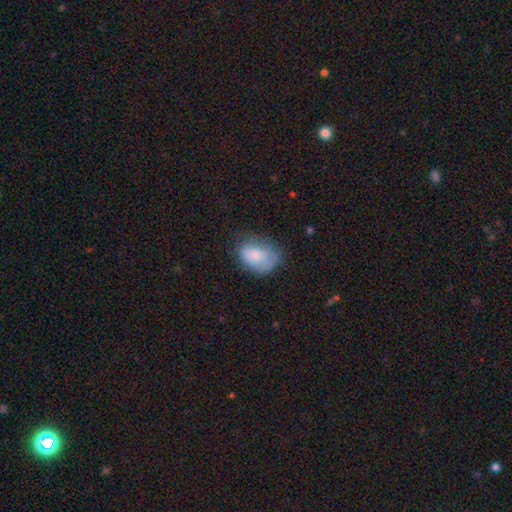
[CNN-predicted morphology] smooth-or-featured: smooth: 72% | featured or disk: 20% | star or artifact: 8%
  how-rounded: in between: 74% | round: 25% | cigar-shaped: 1%
  merging: none: 51% | minor disturbance: 32% | major disturbance: 15% | merger: 2%